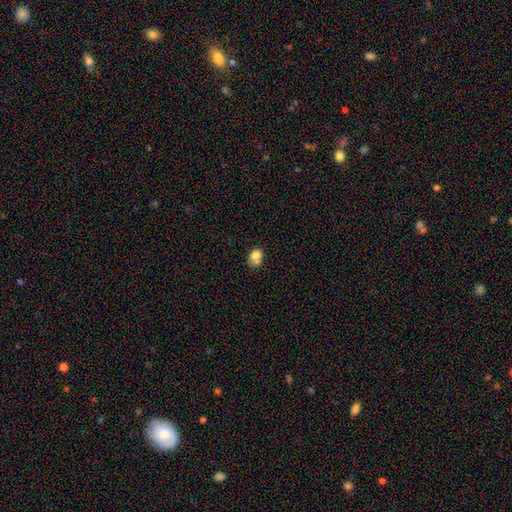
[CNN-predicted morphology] smooth_or_featured: smooth (p=0.75) [alt: featured or disk p=0.14]
how_rounded: round (p=0.55) [alt: in between p=0.44]
merging: merger (p=0.39) [alt: none p=0.38]